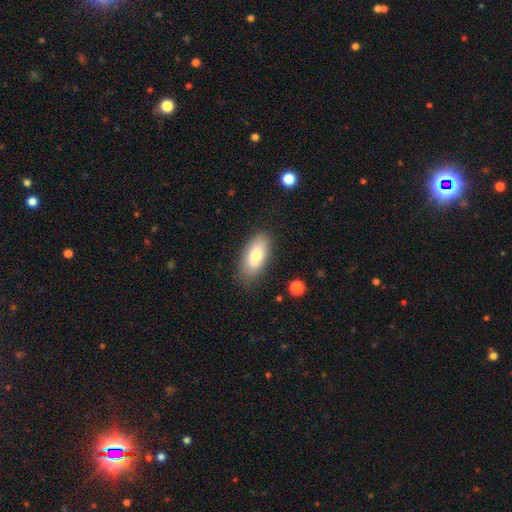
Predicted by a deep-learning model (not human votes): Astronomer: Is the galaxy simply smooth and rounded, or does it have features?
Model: smooth — 77%.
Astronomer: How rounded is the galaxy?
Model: in between — 87%.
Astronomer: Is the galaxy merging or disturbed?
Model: none — 83%.